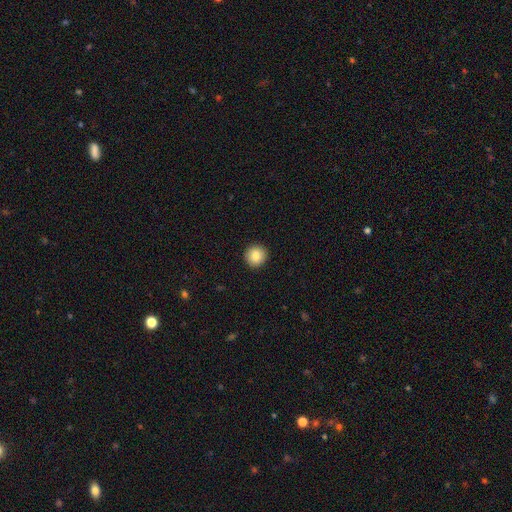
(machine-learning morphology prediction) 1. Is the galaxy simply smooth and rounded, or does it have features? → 86% smooth, 8% star or artifact, 5% featured or disk.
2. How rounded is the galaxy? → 94% round, 5% in between, 1% cigar-shaped.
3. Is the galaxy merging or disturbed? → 93% none, 5% minor disturbance, 2% major disturbance, 1% merger.